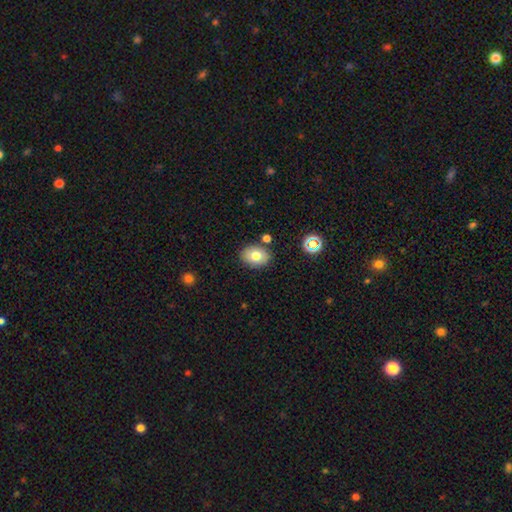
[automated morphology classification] Q: Smooth or featured?
A: smooth (75%); runner-up: featured or disk (14%)
Q: How rounded?
A: in between (66%); runner-up: round (33%)
Q: Merging?
A: none (82%); runner-up: minor disturbance (10%)